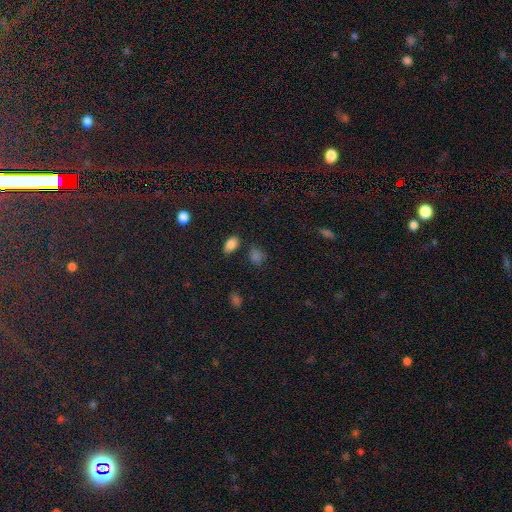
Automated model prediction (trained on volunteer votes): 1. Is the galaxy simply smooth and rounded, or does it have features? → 74% smooth, 20% star or artifact, 6% featured or disk.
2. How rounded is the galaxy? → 71% in between, 26% round, 3% cigar-shaped.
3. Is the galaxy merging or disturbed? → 76% none, 12% minor disturbance, 8% merger, 4% major disturbance.